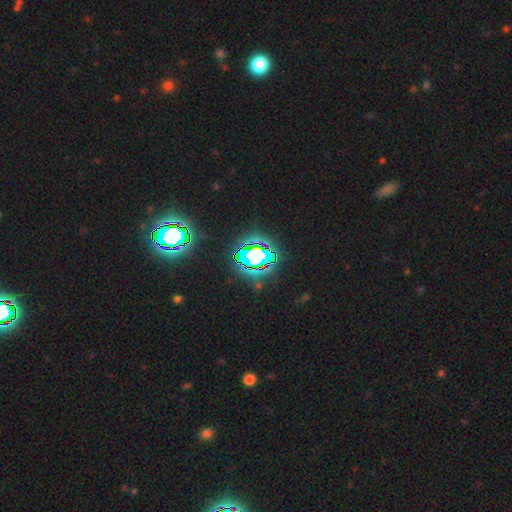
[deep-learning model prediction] Overall: star or artifact (69%).